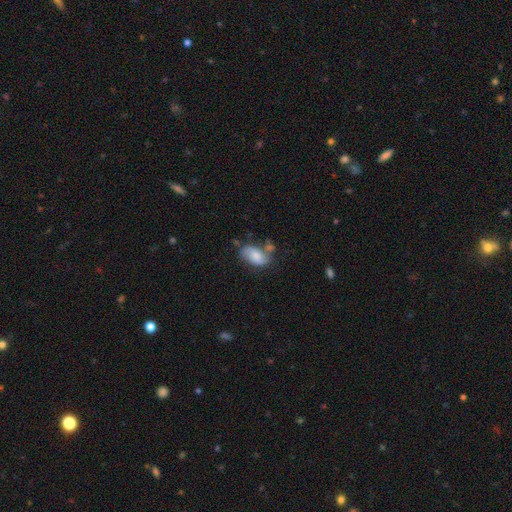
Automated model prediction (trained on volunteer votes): Smooth or featured? smooth (51%)
How rounded? in between (90%)
Merging? none (51%)